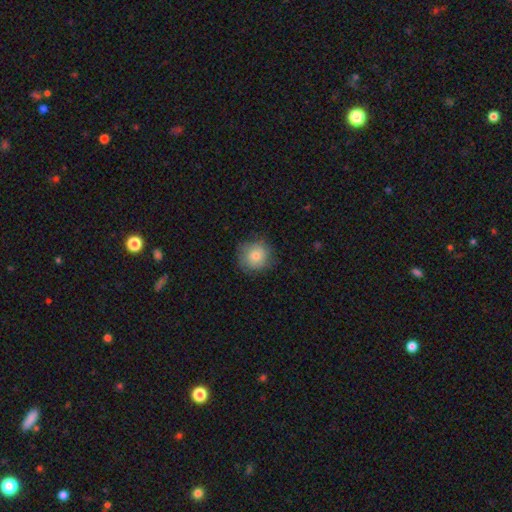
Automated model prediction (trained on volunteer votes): Overall: smooth (78%). How rounded: round (92%). Merging: none (79%).